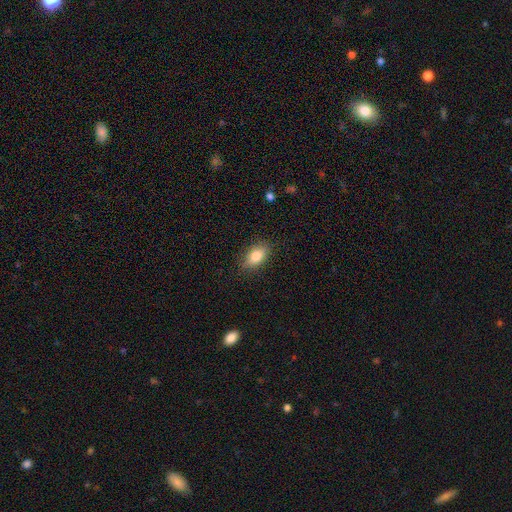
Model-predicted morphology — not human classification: Overall: smooth (79%). How rounded: in between (86%). Merging: none (84%).